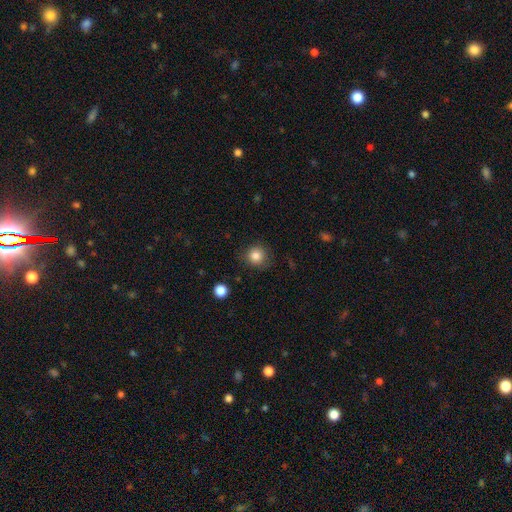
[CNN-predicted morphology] smooth 84%, star or artifact 10%, featured or disk 5%. Down the decision tree: how rounded — round (91%); merging — none (85%).